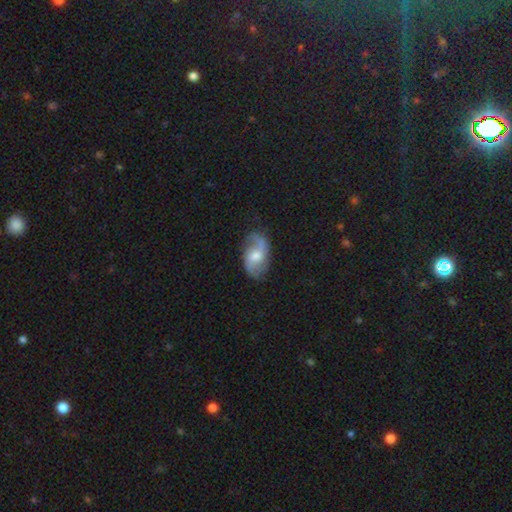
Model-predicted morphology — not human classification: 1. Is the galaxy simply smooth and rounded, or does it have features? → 78% featured or disk, 16% smooth, 6% star or artifact.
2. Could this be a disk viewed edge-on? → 97% no, 3% yes.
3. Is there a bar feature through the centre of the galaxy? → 48% weak, 41% no, 10% strong.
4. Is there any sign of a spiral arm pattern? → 95% yes, 5% no.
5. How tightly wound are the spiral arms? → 52% loose, 38% medium, 10% tight.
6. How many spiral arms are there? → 87% 2, 5% 1, 5% can't tell, 2% 3, 1% 4, 1% more than 4.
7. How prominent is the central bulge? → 61% moderate, 26% small, 8% large, 4% none, 1% dominant.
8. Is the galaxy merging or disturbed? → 75% none, 17% minor disturbance, 7% major disturbance, 1% merger.